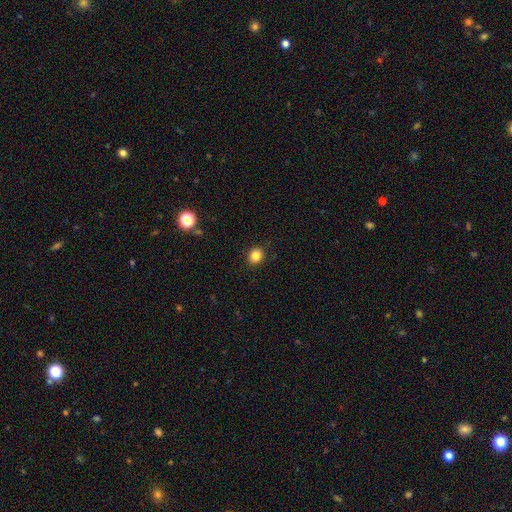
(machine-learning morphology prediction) type=smooth (84%); roundness=round (76%); merging=none (91%).